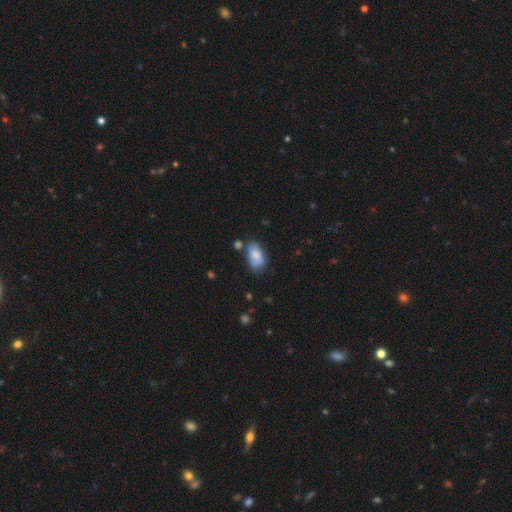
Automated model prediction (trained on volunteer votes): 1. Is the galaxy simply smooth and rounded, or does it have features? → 83% smooth, 10% featured or disk, 7% star or artifact.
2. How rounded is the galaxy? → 93% in between, 4% round, 3% cigar-shaped.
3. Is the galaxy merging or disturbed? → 58% none, 26% minor disturbance, 10% merger, 7% major disturbance.